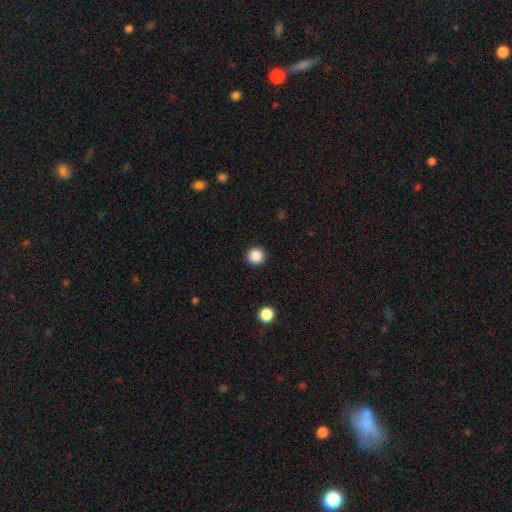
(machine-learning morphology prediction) type=smooth (87%); roundness=round (95%); merging=none (93%).